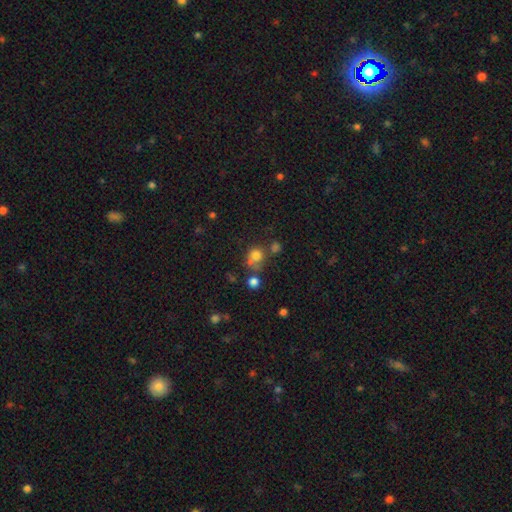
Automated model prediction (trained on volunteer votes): This appears to be a smooth galaxy with no disk features (73%) that is round (83%). Merging: none (53%).